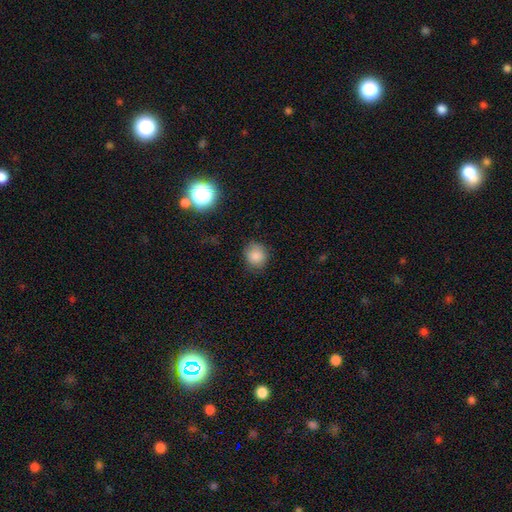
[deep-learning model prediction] A smooth galaxy with no disk features (85%) that is round (82%). Merging: none (83%).